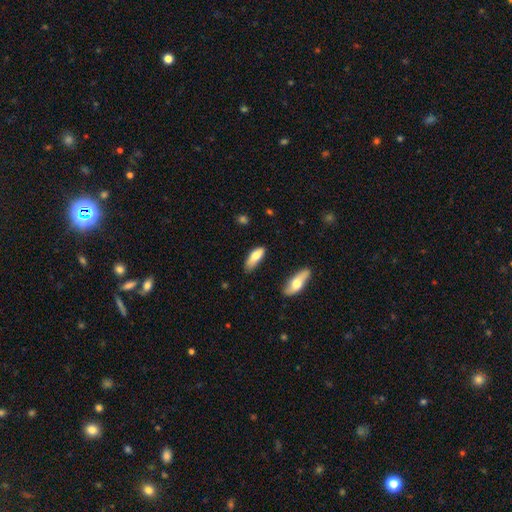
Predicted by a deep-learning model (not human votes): smooth 78%, featured or disk 16%, star or artifact 6%. Down the decision tree: how rounded — in between (67%); merging — none (61%).